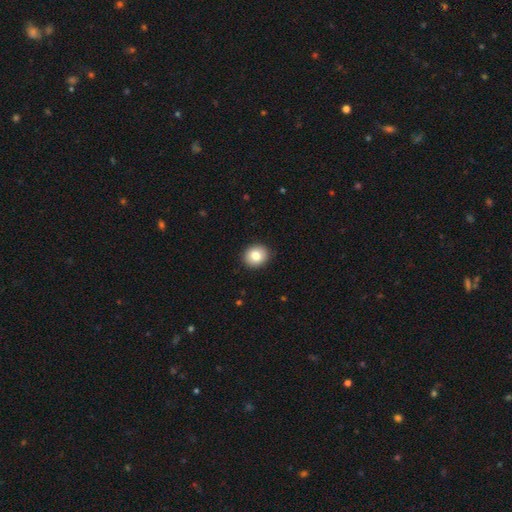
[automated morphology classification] This is clearly a smooth galaxy (82%). How rounded: likely round (77%). Merging: clearly none (91%).